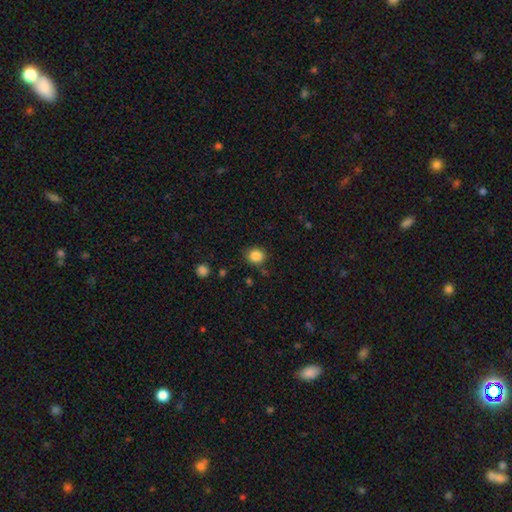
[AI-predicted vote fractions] Smooth or featured? smooth (86%)
How rounded? round (75%)
Merging? none (83%)